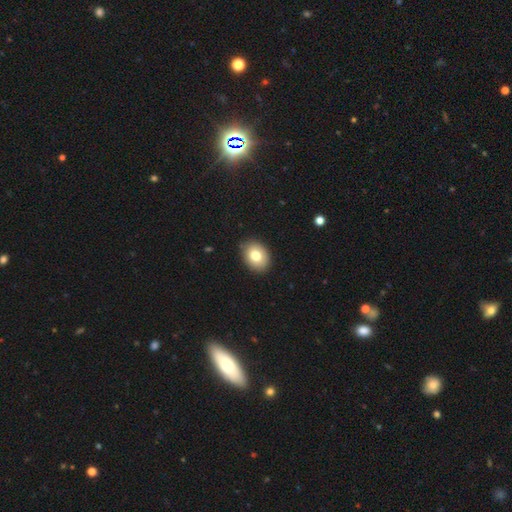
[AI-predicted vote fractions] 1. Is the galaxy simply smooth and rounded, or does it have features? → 78% smooth, 13% featured or disk, 8% star or artifact.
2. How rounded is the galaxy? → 63% in between, 36% round, 1% cigar-shaped.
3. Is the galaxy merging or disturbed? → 87% none, 10% minor disturbance, 2% major disturbance, 1% merger.